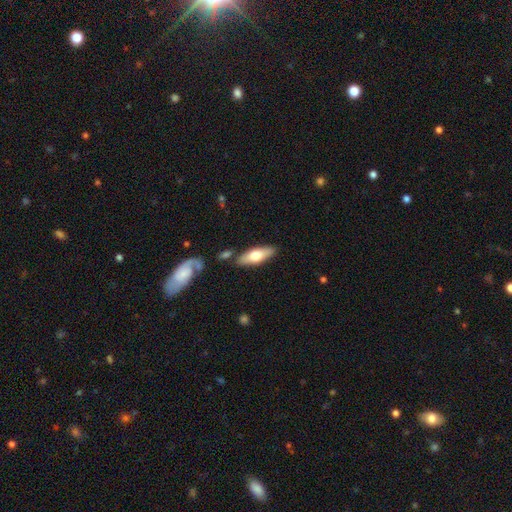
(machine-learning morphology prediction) The model was most divided on "how rounded": in between: 60%, cigar-shaped: 38%, round: 2%. More confident: merging — none (81%); smooth or featured — smooth (60%).